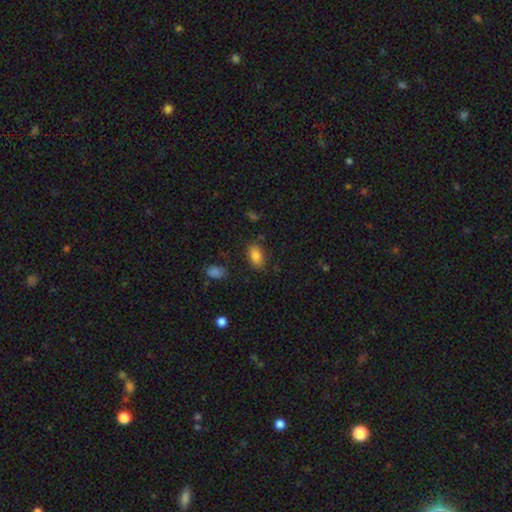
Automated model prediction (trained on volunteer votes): Q: Smooth or featured?
A: smooth (83%); runner-up: star or artifact (9%)
Q: How rounded?
A: in between (89%); runner-up: round (8%)
Q: Merging?
A: none (81%); runner-up: minor disturbance (13%)